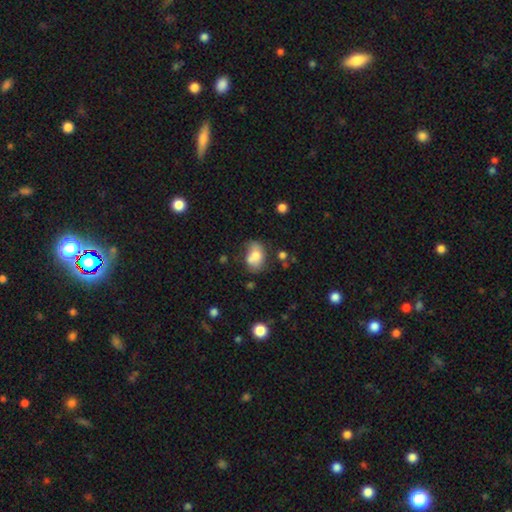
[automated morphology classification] This appears to be a smooth galaxy with no disk features (72%) that is in between round and cigar-shaped (75%). Merging: none (47%).